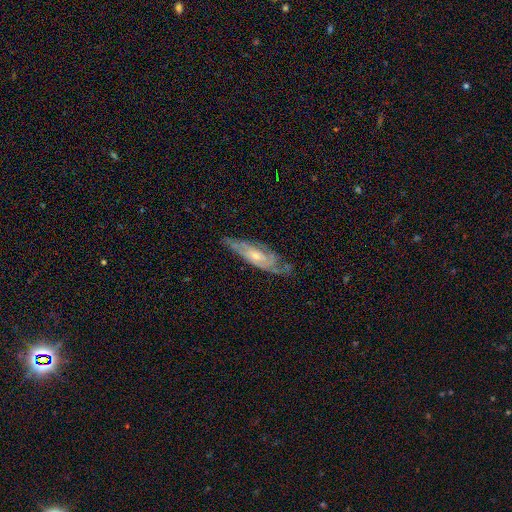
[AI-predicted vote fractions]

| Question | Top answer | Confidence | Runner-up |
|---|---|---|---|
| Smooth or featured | featured or disk | 77% | smooth (17%) |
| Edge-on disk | no | 74% | yes (26%) |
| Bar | no | 65% | weak (29%) |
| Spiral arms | yes | 88% | no (12%) |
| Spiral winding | tight | 47% | medium (40%) |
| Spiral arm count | can't tell | 40% | 2 (37%) |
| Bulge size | small | 57% | moderate (38%) |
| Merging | none | 67% | minor disturbance (24%) |